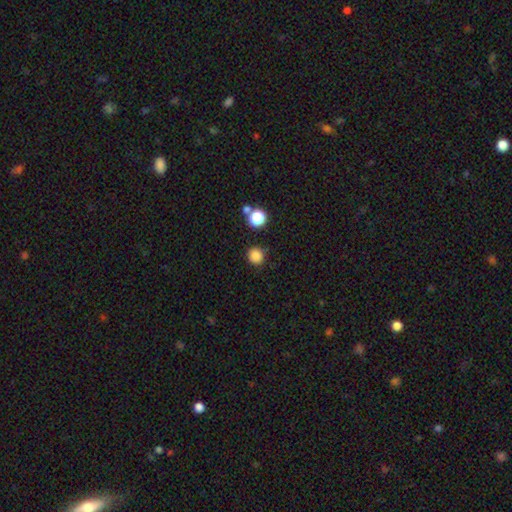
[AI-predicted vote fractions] Smooth or featured: smooth — 85% (star or artifact — 12%)
How rounded: round — 91% (in between — 8%)
Merging: none — 87% (minor disturbance — 7%)